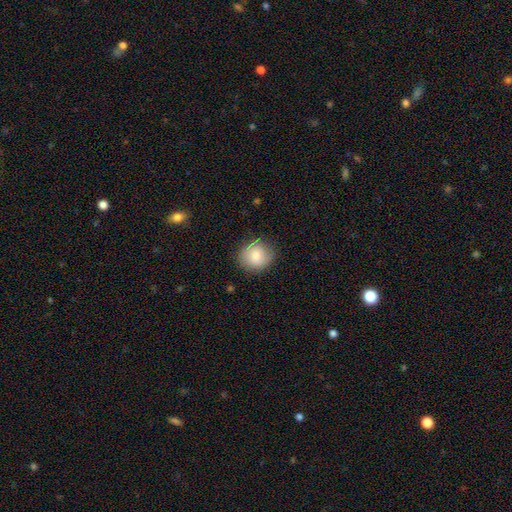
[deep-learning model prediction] smooth 82%, featured or disk 10%, star or artifact 8%. Down the decision tree: how rounded — round (82%); merging — none (82%).